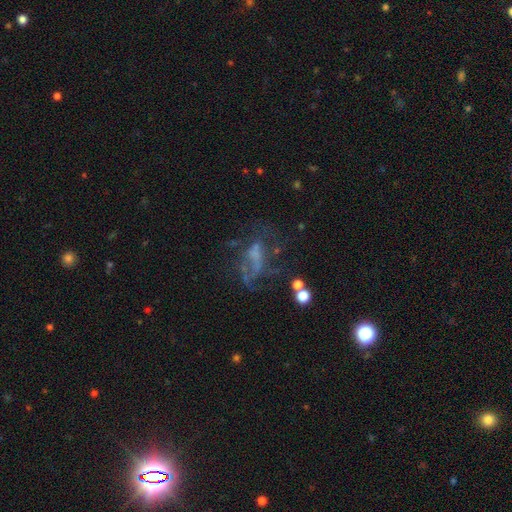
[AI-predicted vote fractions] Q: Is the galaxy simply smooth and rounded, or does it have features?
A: featured or disk — 52%.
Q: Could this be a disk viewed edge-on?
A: no — 95%.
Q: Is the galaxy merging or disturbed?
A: major disturbance — 42%.